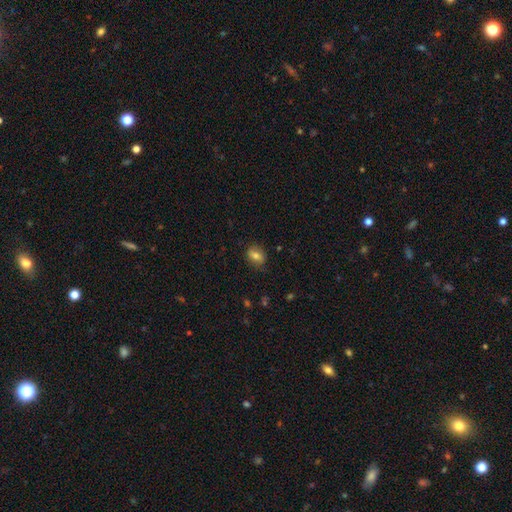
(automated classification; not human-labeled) Overall: smooth (75%). How rounded: in between (65%; round 33%). Merging: none (81%).